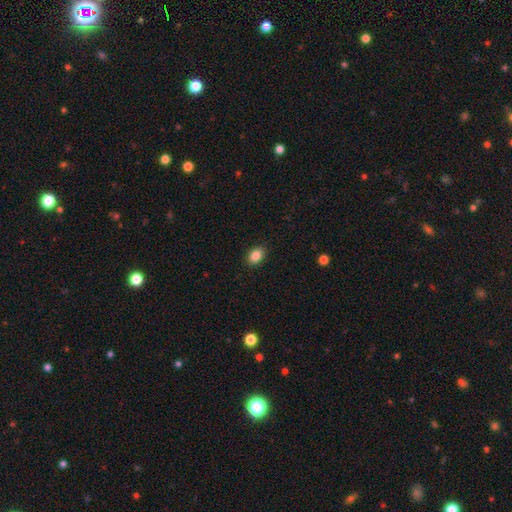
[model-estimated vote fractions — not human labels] A smooth galaxy with no disk features (87%) that is in between round and cigar-shaped (81%).

Vote fractions:
- Smooth or featured? smooth: 87% / star or artifact: 9% / featured or disk: 5%
- How rounded? in between: 81% / round: 18% / cigar-shaped: 1%
- Merging? none: 89% / minor disturbance: 8% / major disturbance: 2% / merger: 1%